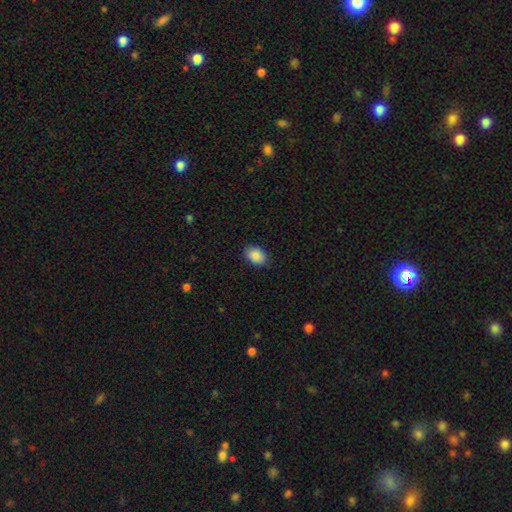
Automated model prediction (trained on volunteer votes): Overall: smooth (89%). How rounded: in between (79%). Merging: none (88%).